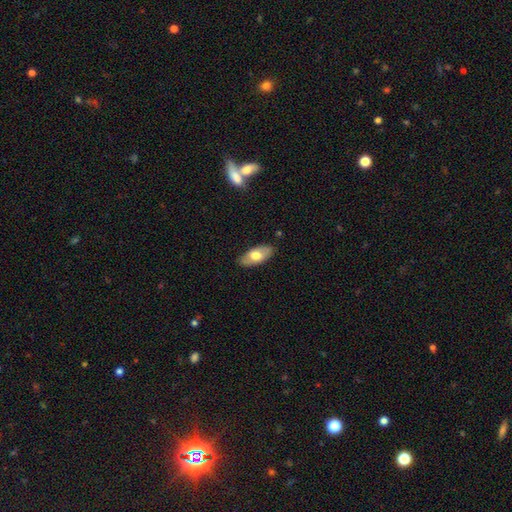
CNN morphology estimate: Overall: smooth (64%; featured or disk 30%). How rounded: in between (91%). Merging: none (83%).